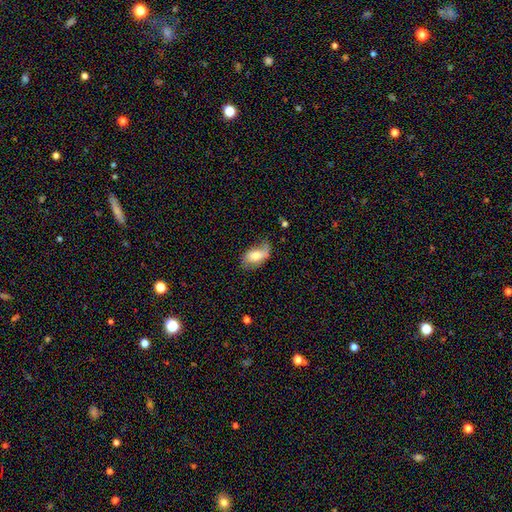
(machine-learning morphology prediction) Overall: smooth (57%; featured or disk 36%). How rounded: in between (91%). Merging: none (45%; minor disturbance 34%).